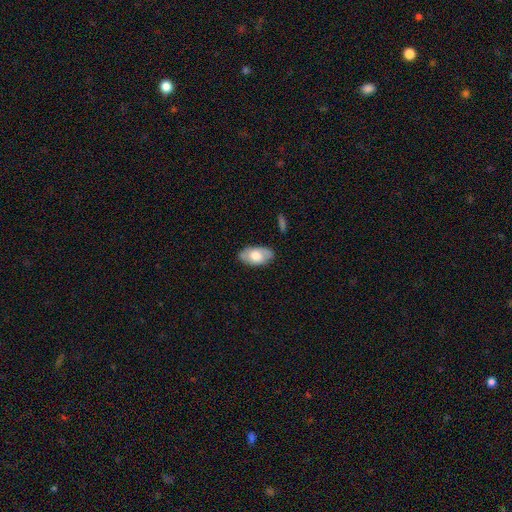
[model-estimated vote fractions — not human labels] A smooth galaxy with no disk features (66%) that is in between round and cigar-shaped (94%).

Vote fractions:
- Smooth or featured? smooth: 66% / featured or disk: 28% / star or artifact: 6%
- How rounded? in between: 94% / round: 3% / cigar-shaped: 2%
- Merging? none: 80% / minor disturbance: 15% / major disturbance: 3% / merger: 1%